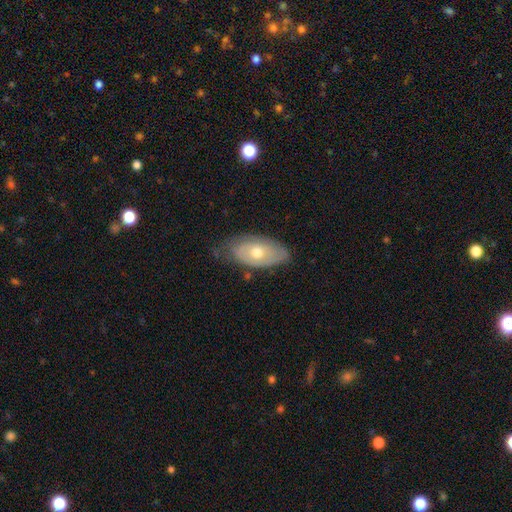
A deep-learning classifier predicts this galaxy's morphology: Overall: featured or disk (50%; smooth 36%). Edge-on disk: no (80%). Merging: none (76%).